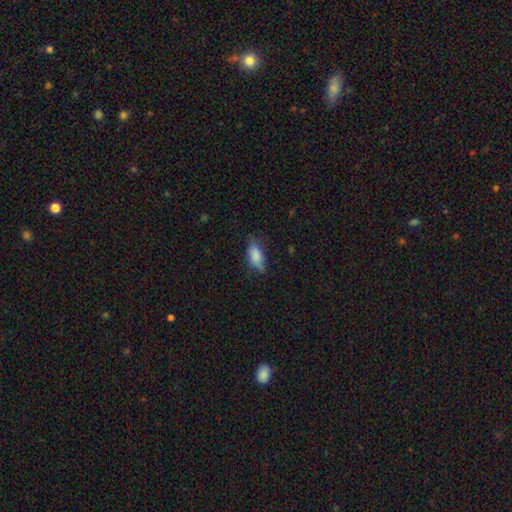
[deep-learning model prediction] The model was most divided on "merging": none: 57%, minor disturbance: 31%, major disturbance: 9%, merger: 2%. More confident: how rounded — in between (83%); smooth or featured — smooth (78%).